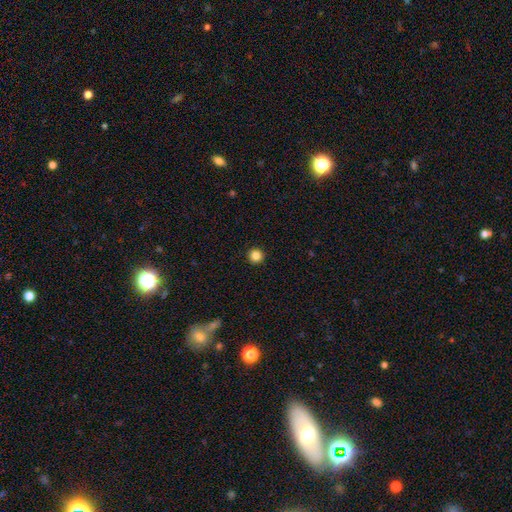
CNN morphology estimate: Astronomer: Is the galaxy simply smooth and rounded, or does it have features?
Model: smooth — 85%.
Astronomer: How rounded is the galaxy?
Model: round — 96%.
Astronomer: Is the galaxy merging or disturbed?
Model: none — 94%.